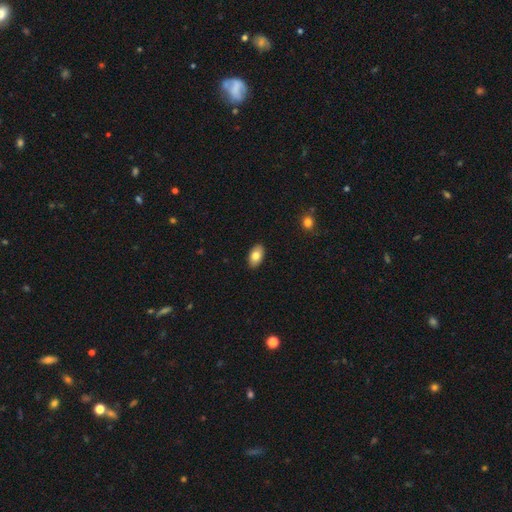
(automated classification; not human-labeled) Smooth or featured: smooth — 80% (featured or disk — 13%)
How rounded: in between — 93% (round — 5%)
Merging: none — 89% (minor disturbance — 8%)